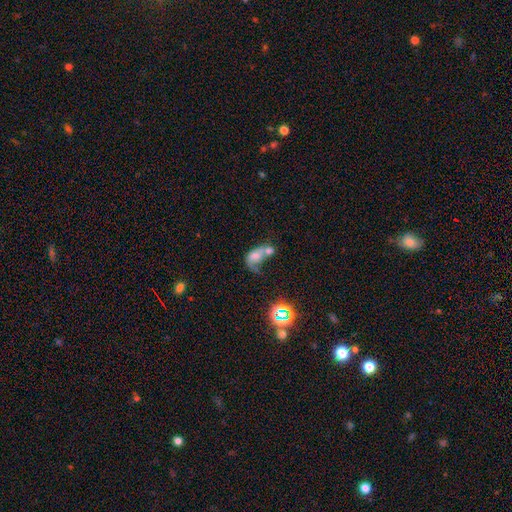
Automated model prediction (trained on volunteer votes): A smooth galaxy with no disk features (46%). Merging: merger (58%).